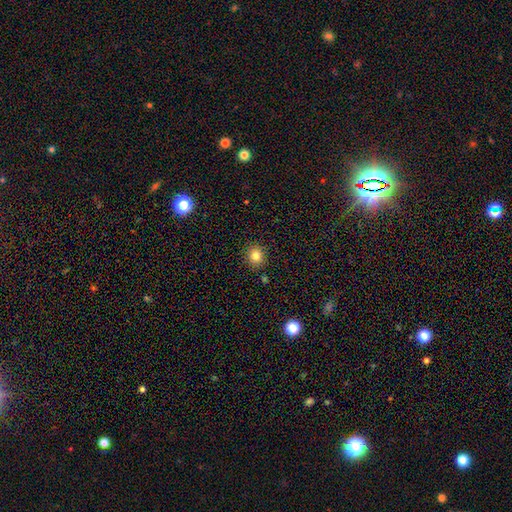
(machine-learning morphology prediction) Smooth or featured? smooth (82%)
How rounded? round (85%)
Merging? none (89%)